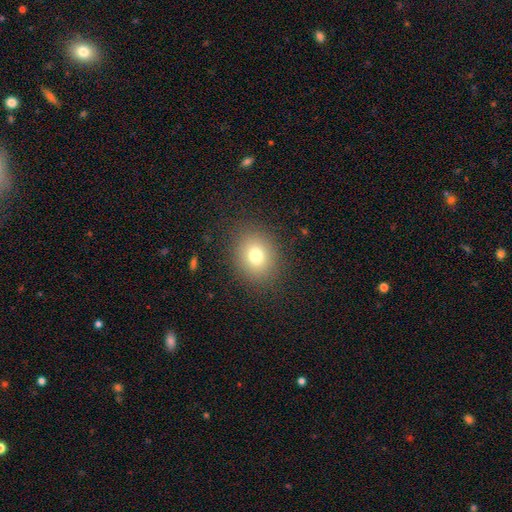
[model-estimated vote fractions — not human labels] Smooth or featured: smooth — 76% (star or artifact — 13%)
How rounded: round — 59% (in between — 40%)
Merging: none — 86% (minor disturbance — 9%)